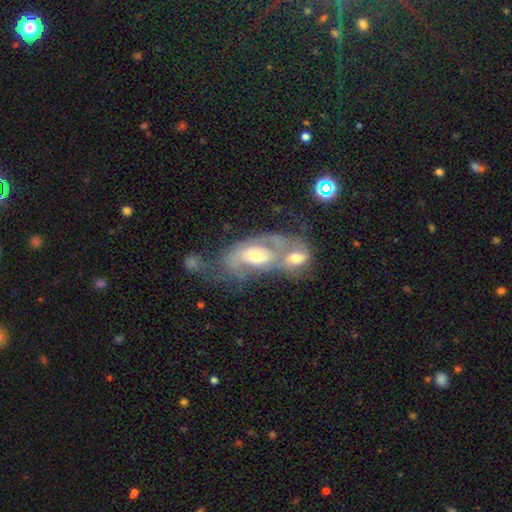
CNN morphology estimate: Q: Smooth or featured?
A: featured or disk (75%); runner-up: smooth (18%)
Q: Edge-on disk?
A: no (95%); runner-up: yes (5%)
Q: Bar?
A: no (56%); runner-up: weak (34%)
Q: Spiral arms?
A: yes (82%); runner-up: no (18%)
Q: Spiral winding?
A: medium (41%); runner-up: tight (40%)
Q: Spiral arm count?
A: 2 (58%); runner-up: can't tell (26%)
Q: Bulge size?
A: moderate (66%); runner-up: small (18%)
Q: Merging?
A: merger (65%); runner-up: none (14%)